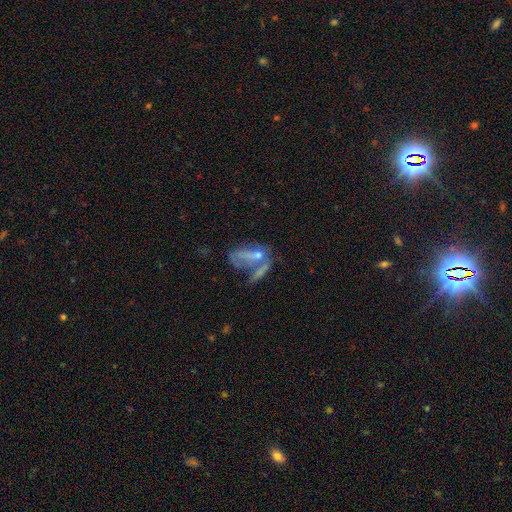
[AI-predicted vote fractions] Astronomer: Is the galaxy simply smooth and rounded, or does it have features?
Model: featured or disk — 45% (runner-up: smooth, 42%).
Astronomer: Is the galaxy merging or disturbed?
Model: merger — 43% (runner-up: none, 26%).